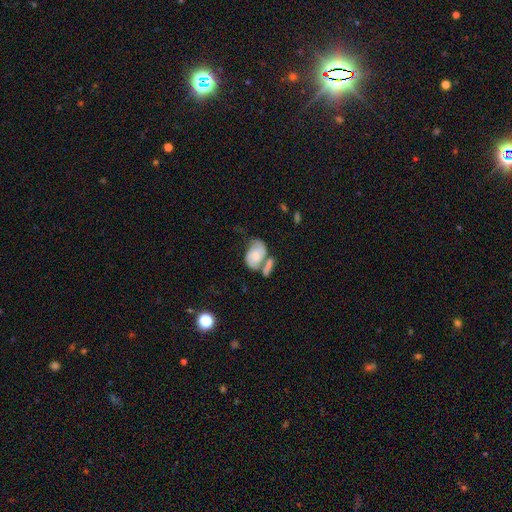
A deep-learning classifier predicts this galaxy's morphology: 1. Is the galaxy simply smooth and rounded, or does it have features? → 48% smooth, 45% featured or disk, 7% star or artifact.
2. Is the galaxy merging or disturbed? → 40% merger, 27% none, 19% minor disturbance, 14% major disturbance.